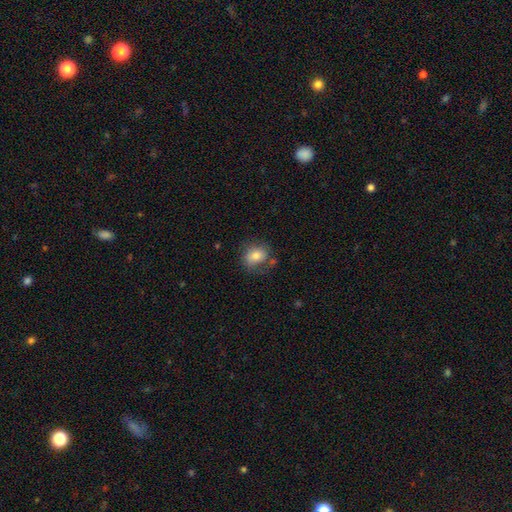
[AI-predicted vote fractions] Morphology: type=smooth (76%); roundness=round (50%); merging=none (61%).